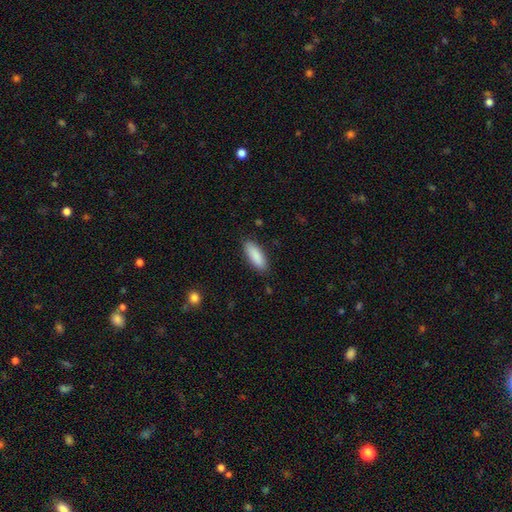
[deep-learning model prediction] A smooth galaxy with no disk features (89%) that is in between round and cigar-shaped (63%).

Vote fractions:
- Smooth or featured? smooth: 89% / star or artifact: 6% / featured or disk: 5%
- How rounded? in between: 63% / cigar-shaped: 36% / round: 2%
- Merging? none: 87% / minor disturbance: 10% / major disturbance: 2% / merger: 1%